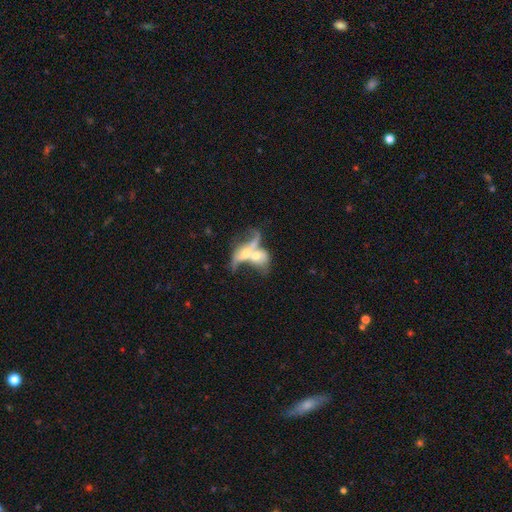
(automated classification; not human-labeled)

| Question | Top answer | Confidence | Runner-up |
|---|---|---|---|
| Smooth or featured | featured or disk | 57% | smooth (34%) |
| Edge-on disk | no | 89% | yes (11%) |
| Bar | no | 69% | weak (23%) |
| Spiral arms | no | 50% | tied: yes (50%) |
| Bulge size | moderate | 55% | small (22%) |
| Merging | merger | 78% | major disturbance (9%) |